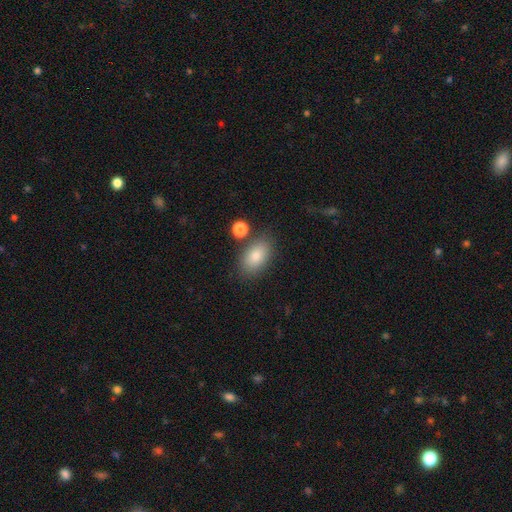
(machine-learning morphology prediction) smooth 83%, featured or disk 9%, star or artifact 8%. Down the decision tree: how rounded — in between (90%); merging — none (77%).